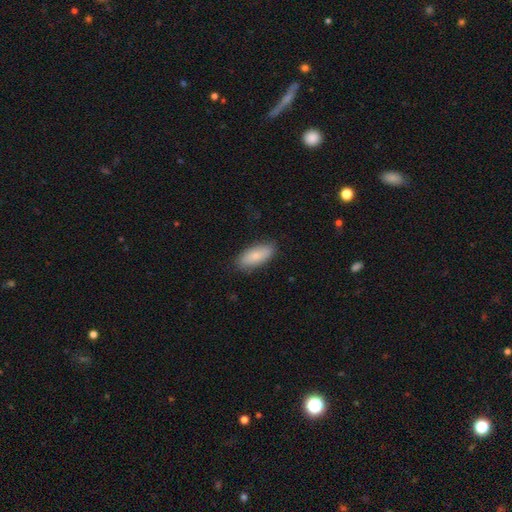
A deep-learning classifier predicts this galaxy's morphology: smooth 81%, featured or disk 13%, star or artifact 6%. Down the decision tree: how rounded — in between (82%); merging — none (84%).